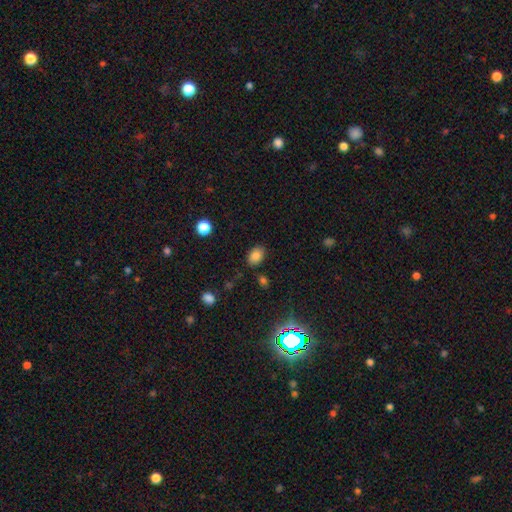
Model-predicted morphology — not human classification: This is clearly a smooth galaxy (82%). How rounded: likely in between (79%). Merging: clearly none (81%).